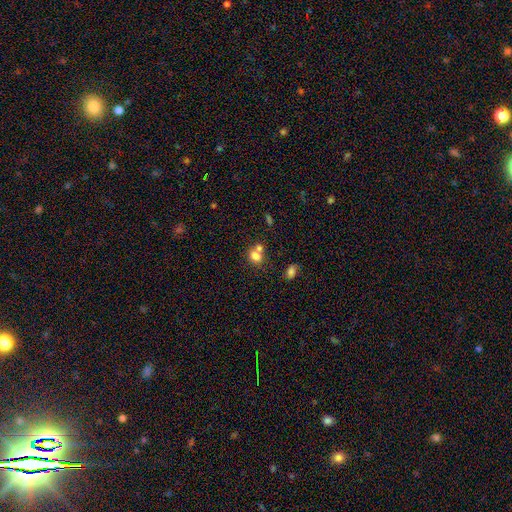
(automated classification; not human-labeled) The model was most divided on "merging": merger: 47%, none: 39%, minor disturbance: 9%, major disturbance: 4%. More confident: smooth or featured — smooth (76%); how rounded — round (66%).